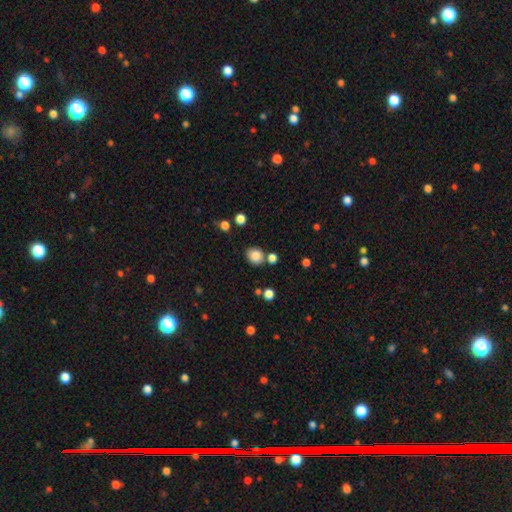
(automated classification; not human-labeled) Smooth or featured?
  - smooth: 85% *
  - star or artifact: 10%
  - featured or disk: 5%
How rounded?
  - round: 74% *
  - in between: 25%
  - cigar-shaped: 1%
Merging?
  - none: 75% *
  - minor disturbance: 11%
  - merger: 10%
  - major disturbance: 4%